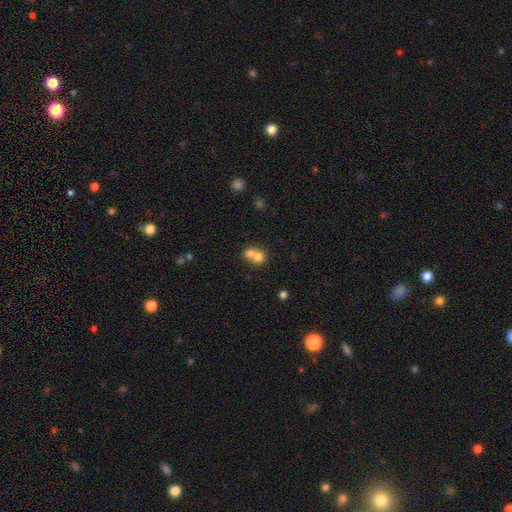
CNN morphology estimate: smooth-or-featured: smooth: 72% | featured or disk: 18% | star or artifact: 10%
  how-rounded: round: 69% | in between: 30% | cigar-shaped: 1%
  merging: merger: 70% | none: 23% | minor disturbance: 5% | major disturbance: 3%